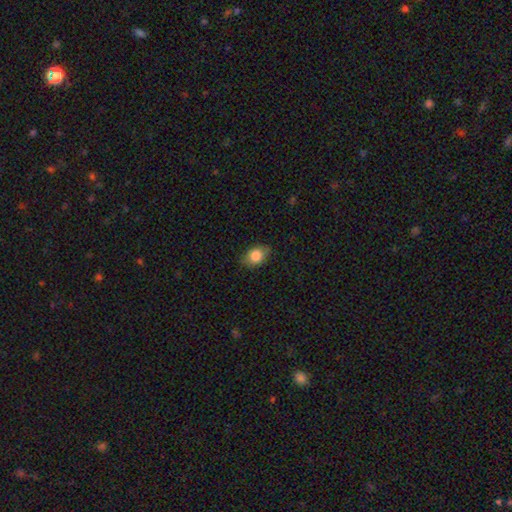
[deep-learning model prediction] This is clearly a smooth galaxy (83%). How rounded: likely in between (76%). Merging: clearly none (80%).